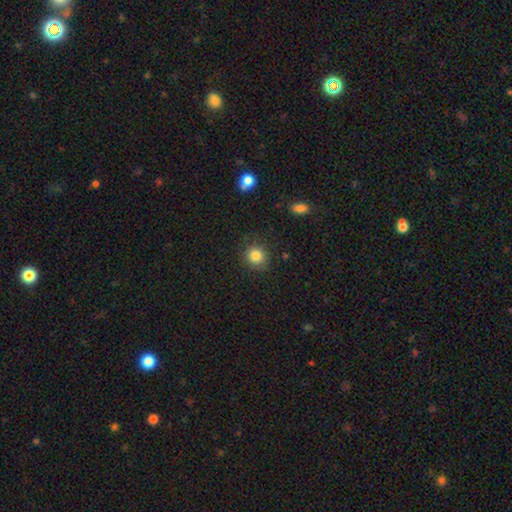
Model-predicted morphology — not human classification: The model was most divided on "smooth or featured": smooth: 84%, star or artifact: 11%, featured or disk: 5%. More confident: how rounded — round (86%); merging — none (85%).